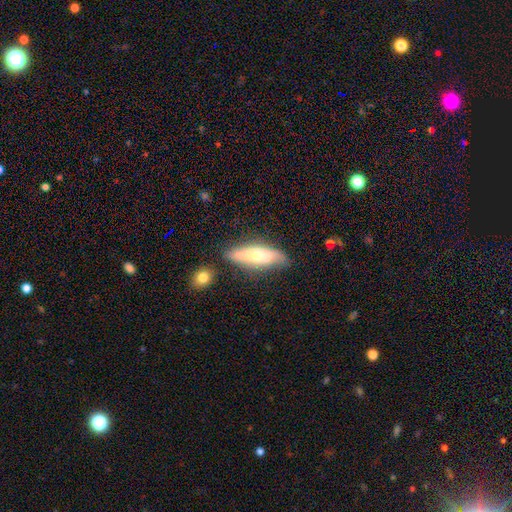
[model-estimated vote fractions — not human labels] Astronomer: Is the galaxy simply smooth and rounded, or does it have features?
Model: smooth — 51% (runner-up: featured or disk, 43%).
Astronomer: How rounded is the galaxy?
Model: cigar-shaped — 59% (runner-up: in between, 39%).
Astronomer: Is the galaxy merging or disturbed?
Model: none — 71%.